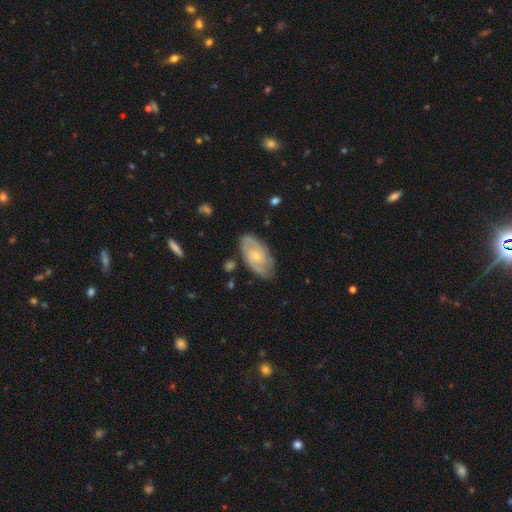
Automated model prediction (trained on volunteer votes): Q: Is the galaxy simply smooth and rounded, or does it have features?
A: featured or disk — 79%.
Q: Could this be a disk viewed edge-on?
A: no — 96%.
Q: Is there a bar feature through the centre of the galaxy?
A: no — 64%.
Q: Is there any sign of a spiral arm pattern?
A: yes — 94%.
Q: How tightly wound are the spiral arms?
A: tight — 51%.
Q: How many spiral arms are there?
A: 2 — 68%.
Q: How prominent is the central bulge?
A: small — 69%.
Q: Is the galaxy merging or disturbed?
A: none — 79%.